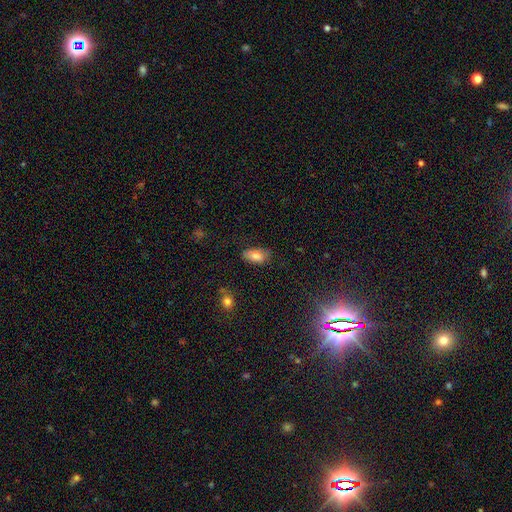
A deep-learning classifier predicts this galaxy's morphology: Q: Smooth or featured?
A: smooth (81%); runner-up: featured or disk (12%)
Q: How rounded?
A: in between (92%); runner-up: cigar-shaped (5%)
Q: Merging?
A: none (73%); runner-up: minor disturbance (21%)